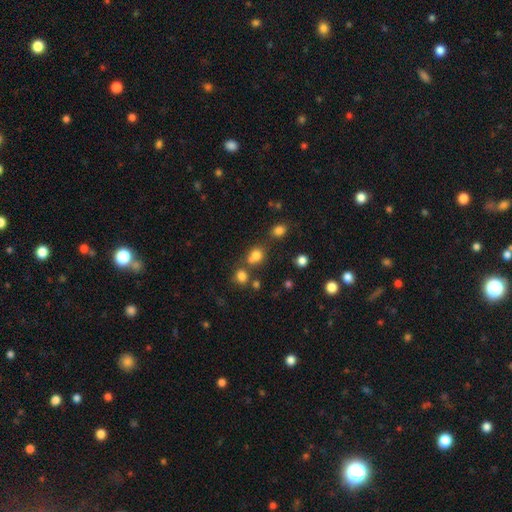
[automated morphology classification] Overall: smooth (73%). How rounded: round (73%). Merging: none (54%; merger 30%).